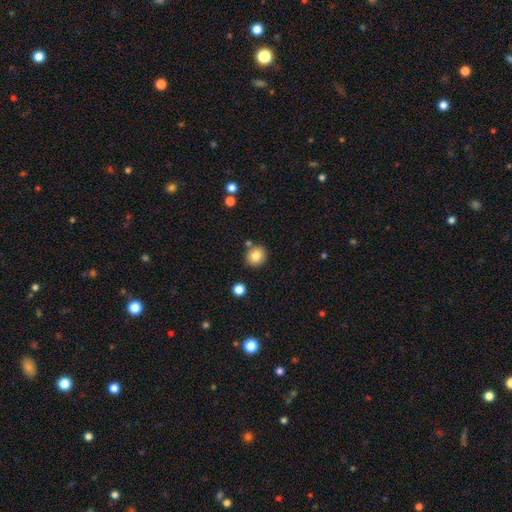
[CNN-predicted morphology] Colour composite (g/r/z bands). It shows a smooth galaxy with no disk features (82%) that is round (84%). Merging: none (80%).